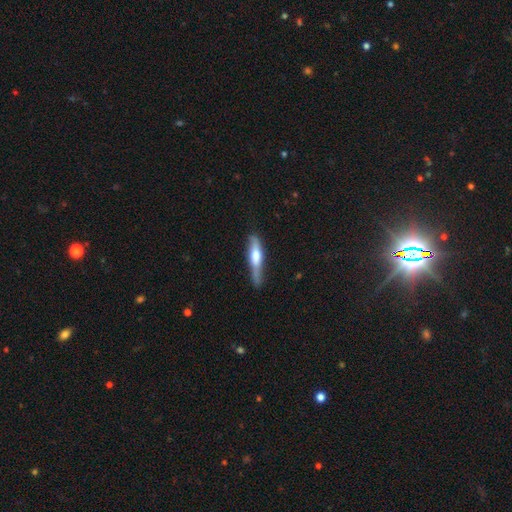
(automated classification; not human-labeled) The model was most divided on "smooth or featured": smooth: 51%, featured or disk: 44%, star or artifact: 5%. More confident: how rounded — cigar-shaped (79%); merging — none (55%).